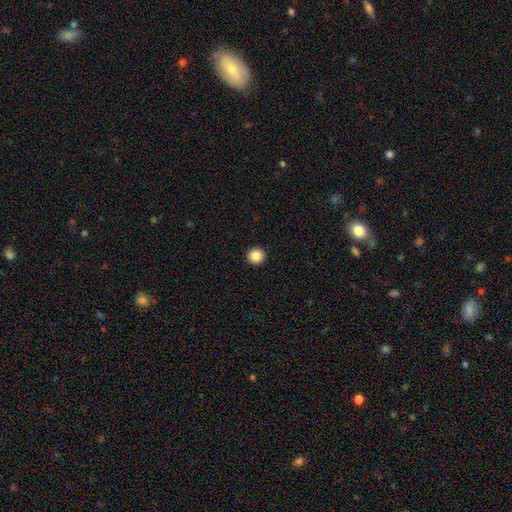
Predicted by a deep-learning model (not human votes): smooth 86%, star or artifact 10%, featured or disk 4%. Down the decision tree: how rounded — round (95%); merging — none (94%).